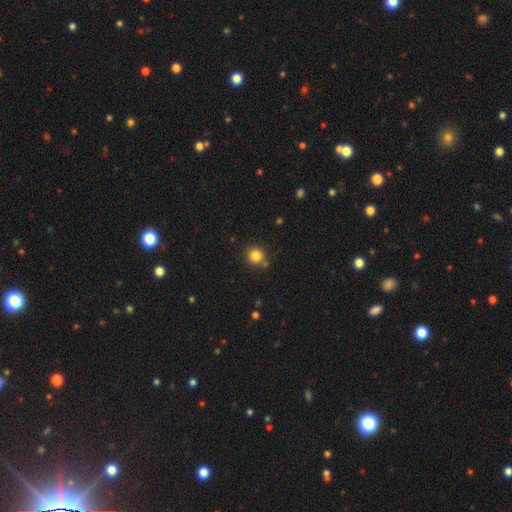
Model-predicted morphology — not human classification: smooth-or-featured: smooth: 83% | star or artifact: 12% | featured or disk: 5%
  how-rounded: round: 92% | in between: 7% | cigar-shaped: 1%
  merging: none: 81% | minor disturbance: 9% | merger: 7% | major disturbance: 3%